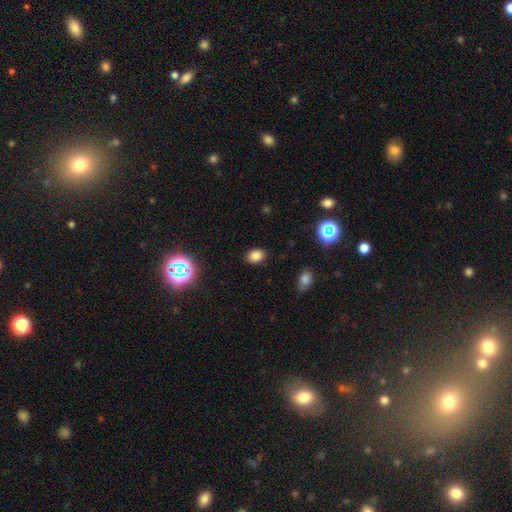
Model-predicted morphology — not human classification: smooth 81%, star or artifact 14%, featured or disk 5%. Down the decision tree: how rounded — in between (75%); merging — none (88%).